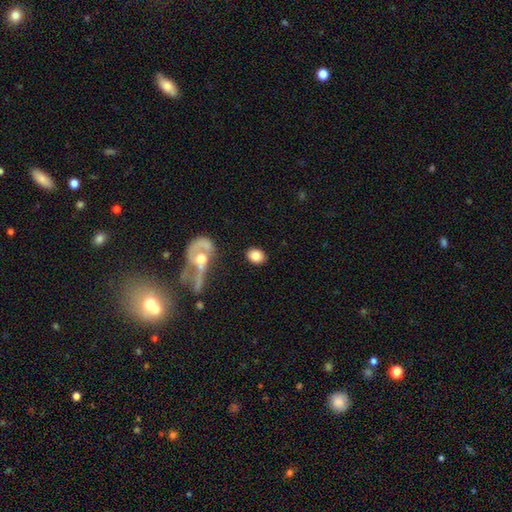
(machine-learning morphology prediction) The model was most divided on "how rounded": in between: 60%, round: 39%, cigar-shaped: 1%. More confident: merging — none (83%); smooth or featured — smooth (80%).